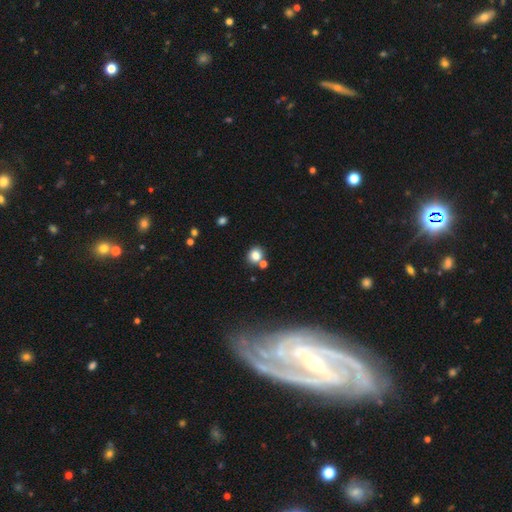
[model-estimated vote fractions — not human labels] Overall: smooth (80%). How rounded: round (76%). Merging: none (69%).